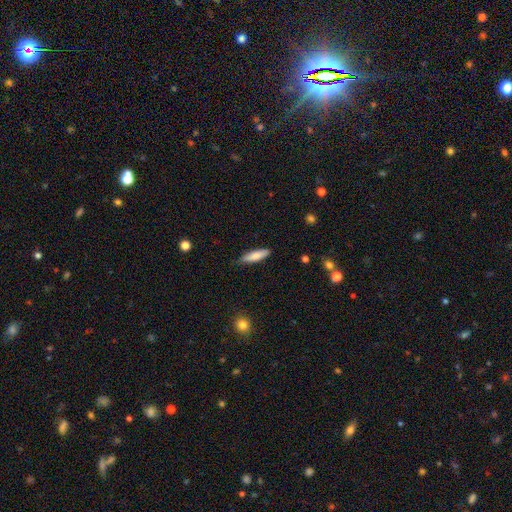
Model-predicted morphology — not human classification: type=smooth (80%); roundness=cigar-shaped (66%); merging=none (83%).